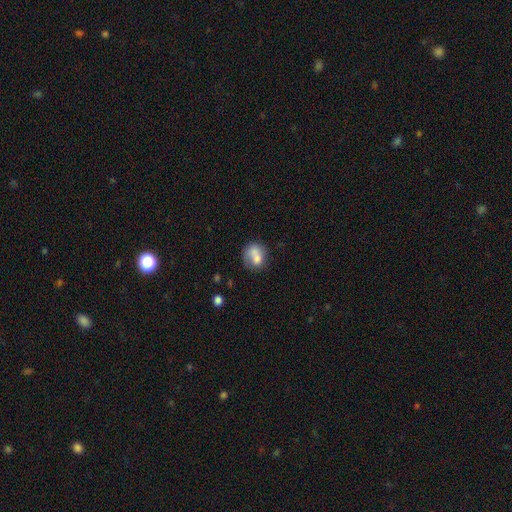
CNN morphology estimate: smooth-or-featured: smooth: 72% | featured or disk: 19% | star or artifact: 9%
  how-rounded: round: 61% | in between: 38% | cigar-shaped: 1%
  merging: none: 39% | merger: 31% | minor disturbance: 19% | major disturbance: 11%